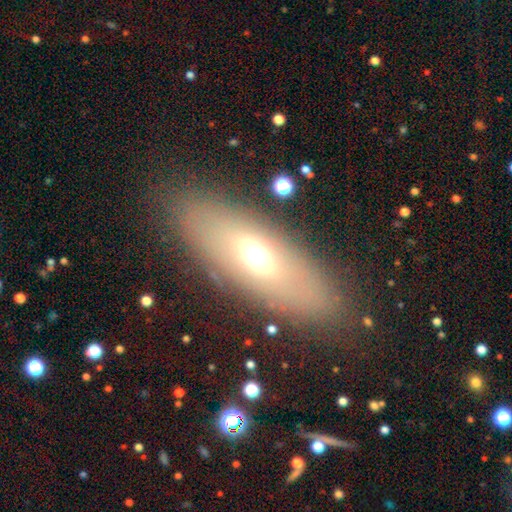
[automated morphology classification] smooth 53%, featured or disk 33%, star or artifact 13%. Down the decision tree: how rounded — in between (73%); merging — none (82%).